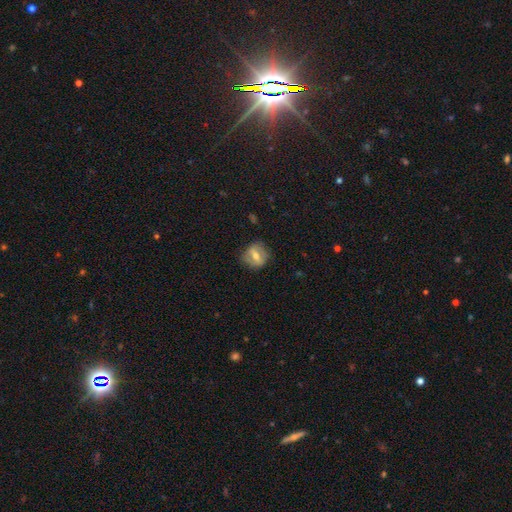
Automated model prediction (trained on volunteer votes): smooth-or-featured: smooth: 46% | featured or disk: 44% | star or artifact: 10%
  merging: none: 77% | minor disturbance: 16% | major disturbance: 5% | merger: 1%